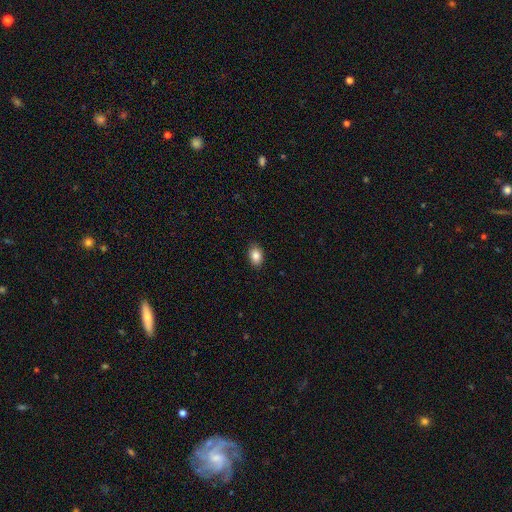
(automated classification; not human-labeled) A smooth galaxy with no disk features (86%) that is in between round and cigar-shaped (84%). Merging: none (89%).